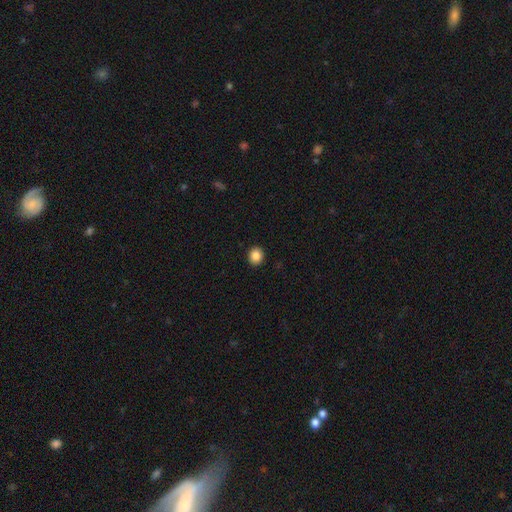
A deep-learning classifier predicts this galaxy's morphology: Smooth or featured? Predicted: smooth (p=0.87). How rounded? Predicted: round (p=0.78). Merging? Predicted: none (p=0.93).